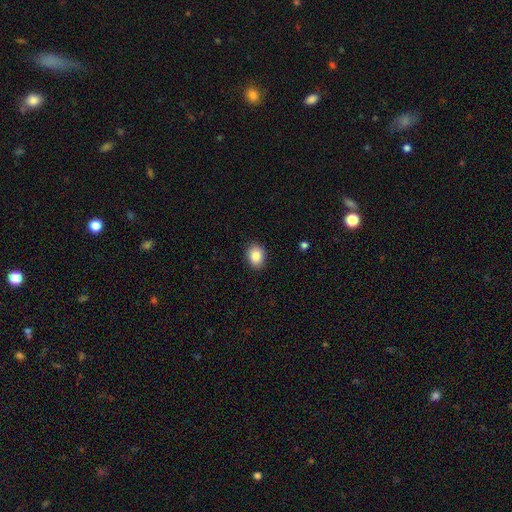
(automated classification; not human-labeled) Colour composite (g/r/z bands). It shows a smooth galaxy with no disk features (87%) that is in between round and cigar-shaped (65%). Merging: none (89%).